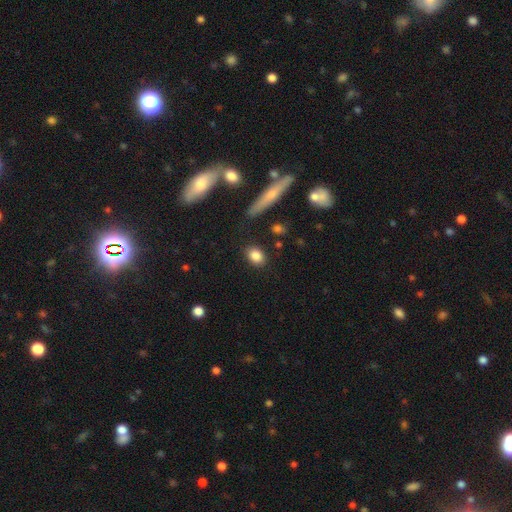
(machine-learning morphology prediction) This appears to be a smooth galaxy with no disk features (84%) that is in between round and cigar-shaped (59%). Merging: none (86%).